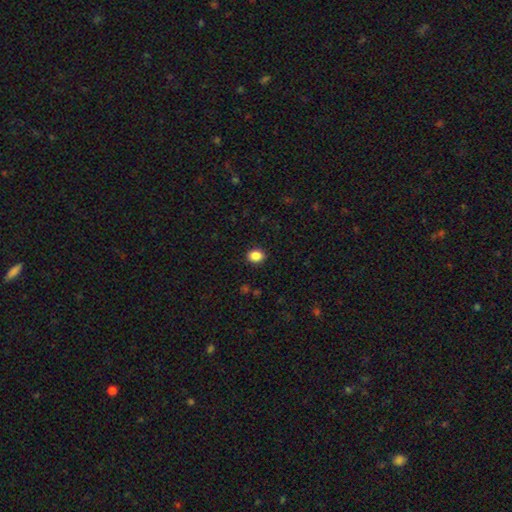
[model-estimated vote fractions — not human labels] smooth-or-featured: smooth: 87% | star or artifact: 10% | featured or disk: 3%
  how-rounded: round: 50% | in between: 49% | cigar-shaped: 1%
  merging: none: 91% | minor disturbance: 6% | major disturbance: 2% | merger: 1%